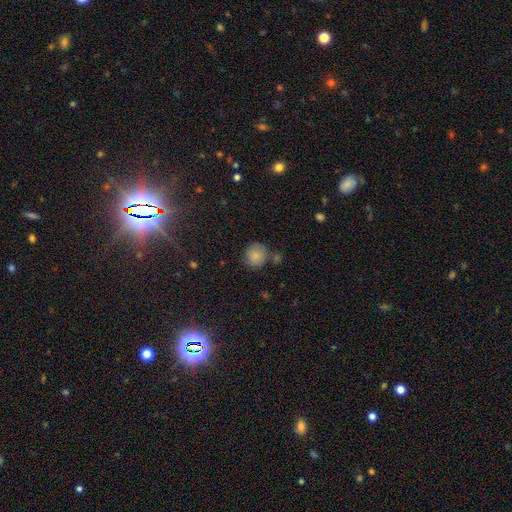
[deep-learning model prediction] Smooth or featured?
  - smooth: 83% *
  - star or artifact: 10%
  - featured or disk: 7%
How rounded?
  - round: 90% *
  - in between: 9%
  - cigar-shaped: 1%
Merging?
  - none: 72% *
  - minor disturbance: 14%
  - merger: 10%
  - major disturbance: 4%